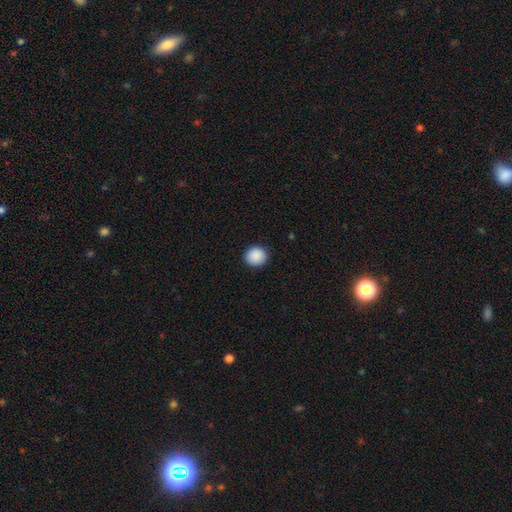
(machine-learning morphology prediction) smooth 90%, star or artifact 8%, featured or disk 3%. Down the decision tree: how rounded — round (87%); merging — none (91%).